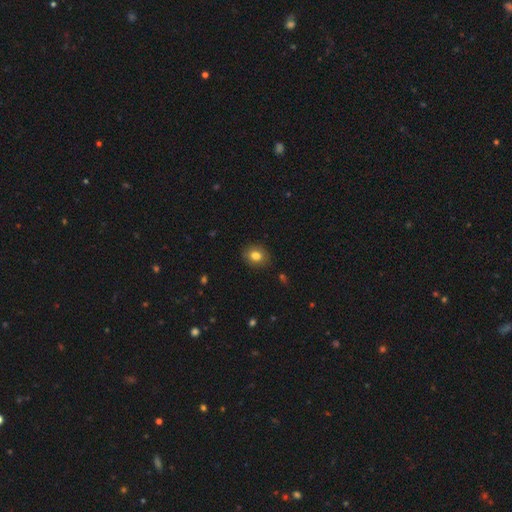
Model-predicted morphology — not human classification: type=smooth (81%); roundness=round (54%); merging=none (87%).